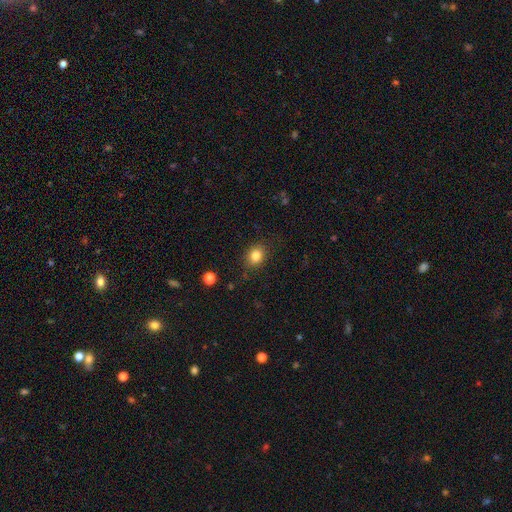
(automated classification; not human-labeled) This is clearly a smooth galaxy (83%). How rounded: possibly round (53%). Merging: clearly none (84%).